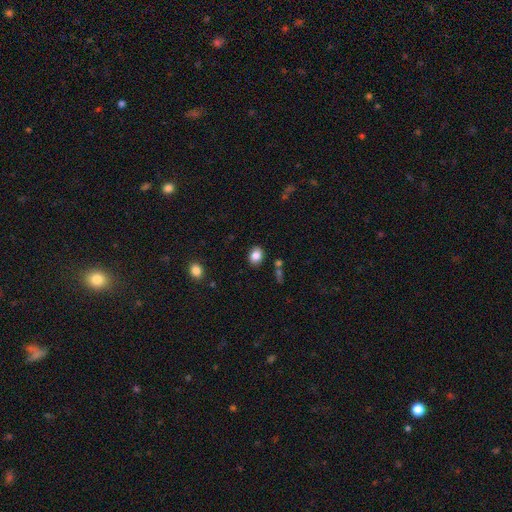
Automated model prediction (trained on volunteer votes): Smooth or featured?
  - smooth: 84% *
  - star or artifact: 9%
  - featured or disk: 6%
How rounded?
  - in between: 54% *
  - round: 45%
  - cigar-shaped: 1%
Merging?
  - none: 85% *
  - minor disturbance: 9%
  - merger: 3%
  - major disturbance: 3%